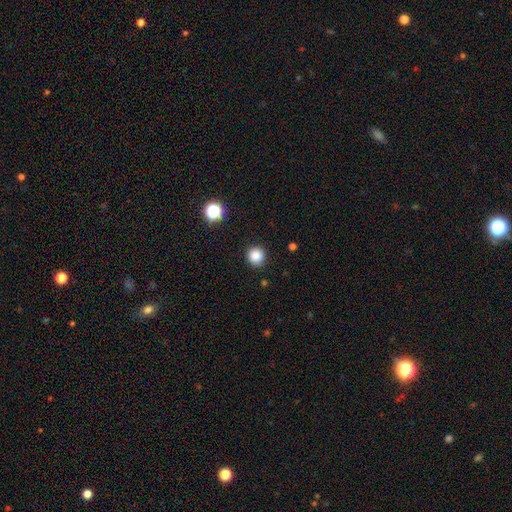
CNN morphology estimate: The model was most divided on "smooth or featured": smooth: 85%, star or artifact: 12%, featured or disk: 3%. More confident: how rounded — round (94%); merging — none (90%).